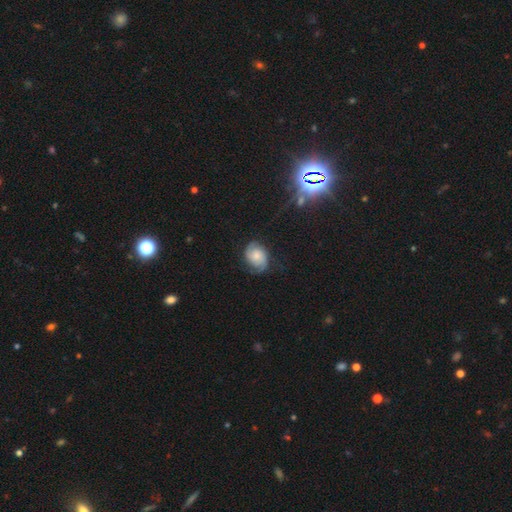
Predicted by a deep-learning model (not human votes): Smooth or featured: featured or disk — 64% (smooth — 27%)
Edge-on disk: no — 97% (yes — 3%)
Bar: no — 71% (weak — 24%)
Spiral arms: yes — 93% (no — 7%)
Spiral winding: medium — 42% (tight — 41%)
Spiral arm count: 2 — 82% (can't tell — 9%)
Bulge size: small — 41% (moderate — 39%)
Merging: none — 71% (minor disturbance — 20%)